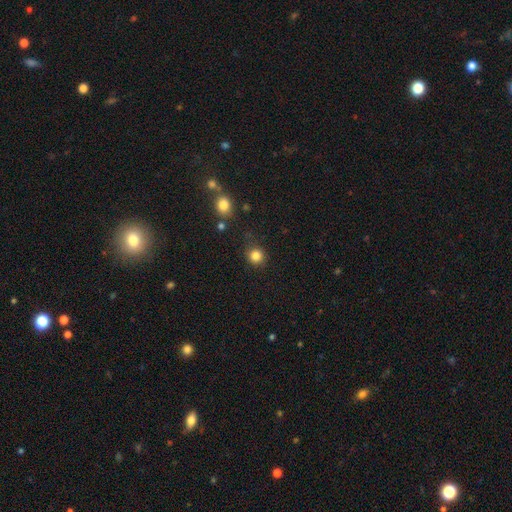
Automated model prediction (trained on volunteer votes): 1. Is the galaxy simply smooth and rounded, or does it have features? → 84% smooth, 12% star or artifact, 4% featured or disk.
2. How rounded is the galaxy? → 90% round, 9% in between, 1% cigar-shaped.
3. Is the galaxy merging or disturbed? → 84% none, 11% minor disturbance, 3% major disturbance, 3% merger.